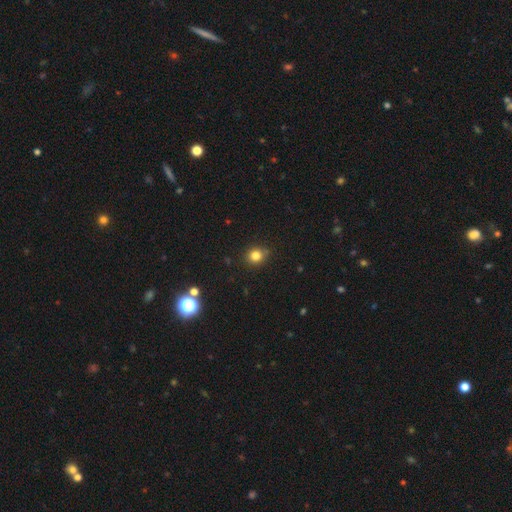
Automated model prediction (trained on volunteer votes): Overall: smooth (81%). How rounded: round (81%). Merging: none (84%).